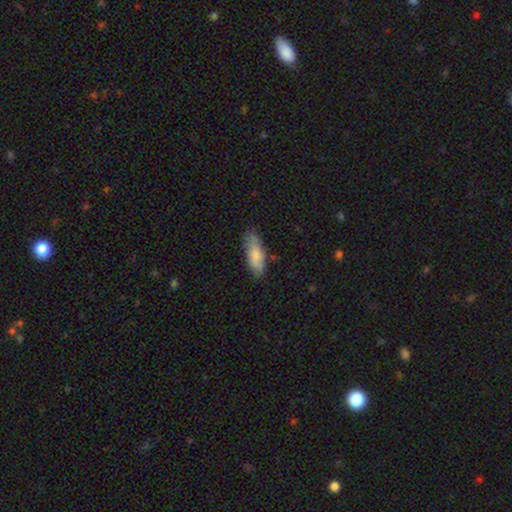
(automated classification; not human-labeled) Smooth or featured? smooth (80%)
How rounded? in between (74%)
Merging? none (74%)